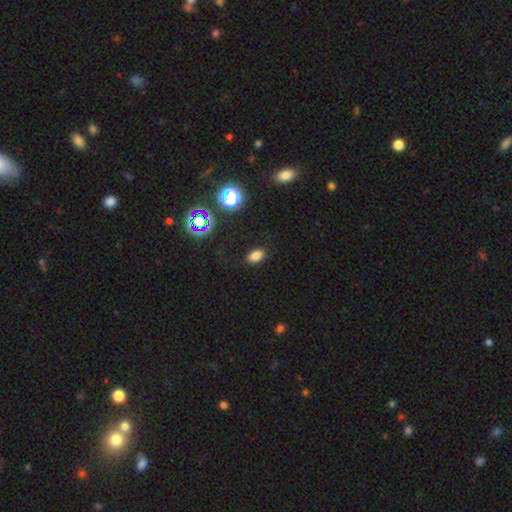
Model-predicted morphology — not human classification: This appears to be a smooth galaxy with no disk features (77%) that is in between round and cigar-shaped (89%). Merging: none (86%).